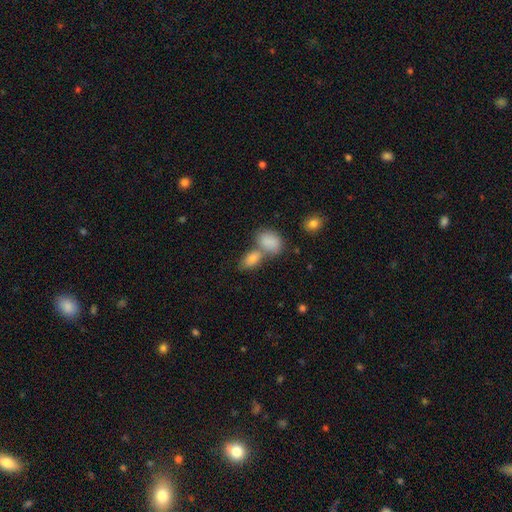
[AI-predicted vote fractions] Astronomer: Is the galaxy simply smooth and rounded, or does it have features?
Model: smooth — 74%.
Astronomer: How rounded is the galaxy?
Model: in between — 79%.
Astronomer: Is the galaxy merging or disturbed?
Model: merger — 47% (runner-up: none, 39%).